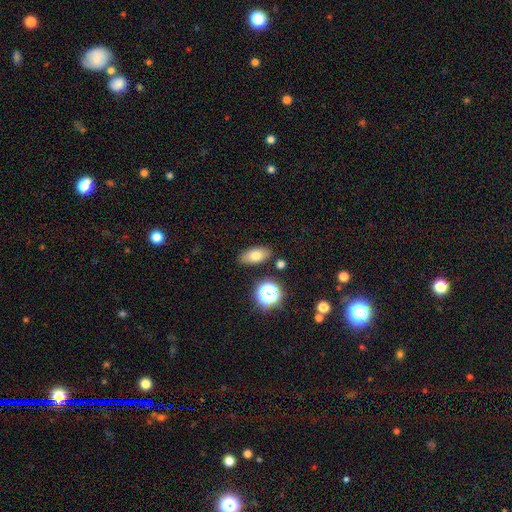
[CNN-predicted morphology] type=smooth (75%); roundness=in between (84%); merging=none (83%).